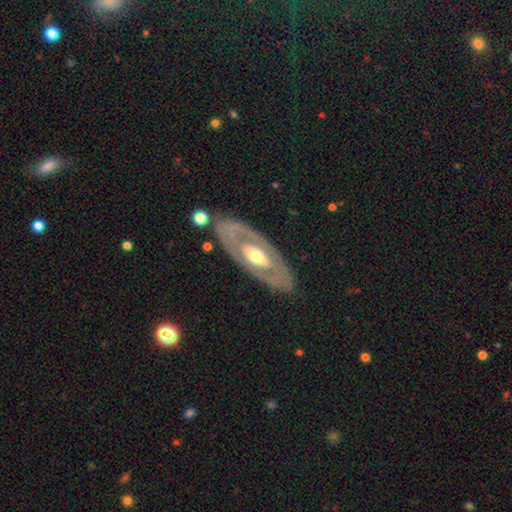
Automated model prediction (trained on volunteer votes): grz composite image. It shows a featured or disk galaxy (71%) with no bar (79%), no spiral arms (78%) and a moderate central bulge (69%). Merging: none (82%).